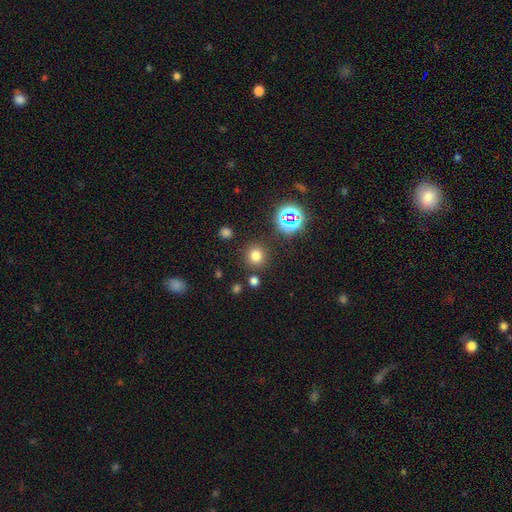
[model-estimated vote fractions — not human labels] This appears to be a smooth galaxy with no disk features (72%) that is round (92%). Merging: none (86%).